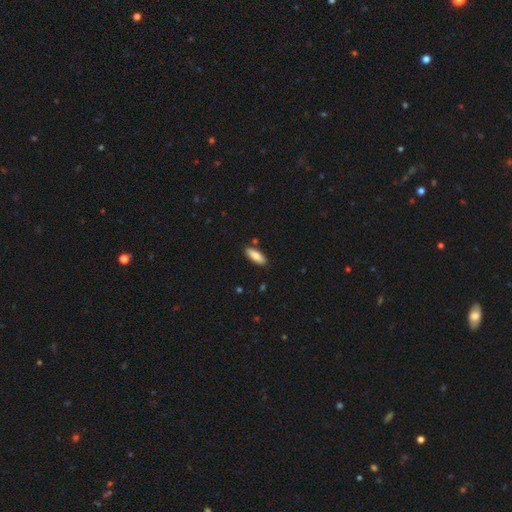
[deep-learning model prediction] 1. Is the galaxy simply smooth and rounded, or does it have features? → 80% smooth, 14% featured or disk, 6% star or artifact.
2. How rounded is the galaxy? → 67% in between, 31% cigar-shaped, 2% round.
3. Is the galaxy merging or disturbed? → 86% none, 9% minor disturbance, 3% merger, 2% major disturbance.